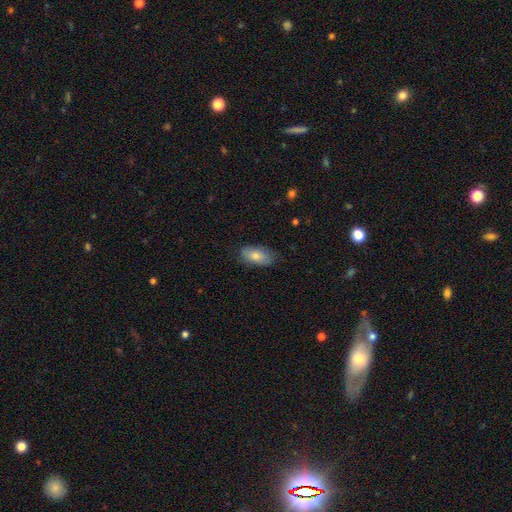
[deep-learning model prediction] smooth-or-featured: smooth: 74% | featured or disk: 19% | star or artifact: 7%
  how-rounded: in between: 89% | cigar-shaped: 7% | round: 3%
  merging: none: 79% | minor disturbance: 17% | major disturbance: 3% | merger: 1%